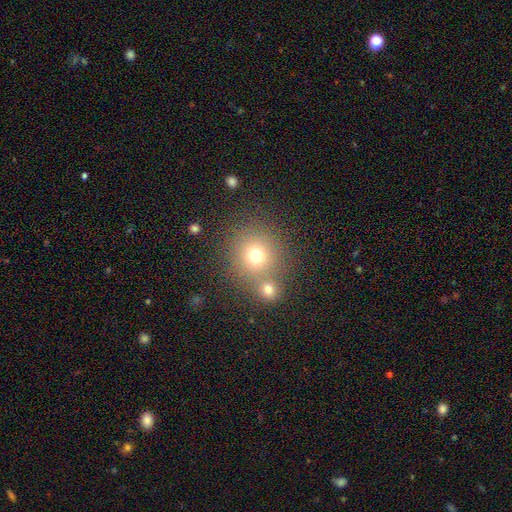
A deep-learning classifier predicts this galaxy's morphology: A smooth galaxy with no disk features (73%) that is round (89%). Merging: none (58%).